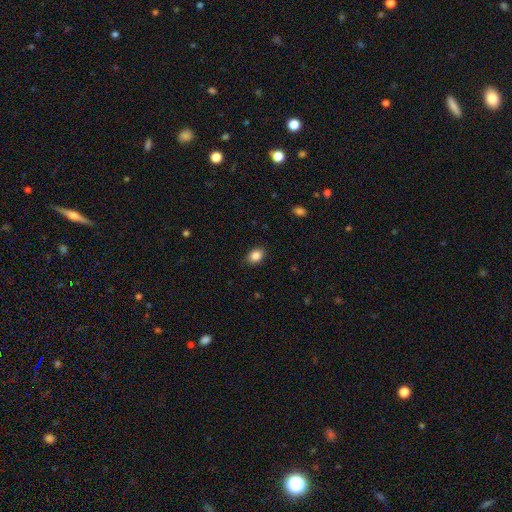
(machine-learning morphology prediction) Overall: smooth (86%). How rounded: in between (66%; round 33%). Merging: none (86%).